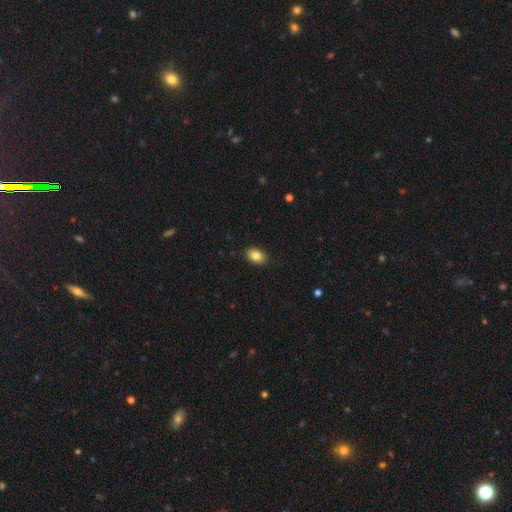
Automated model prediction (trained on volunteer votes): Morphology: type=smooth (85%); roundness=in between (84%); merging=none (88%).